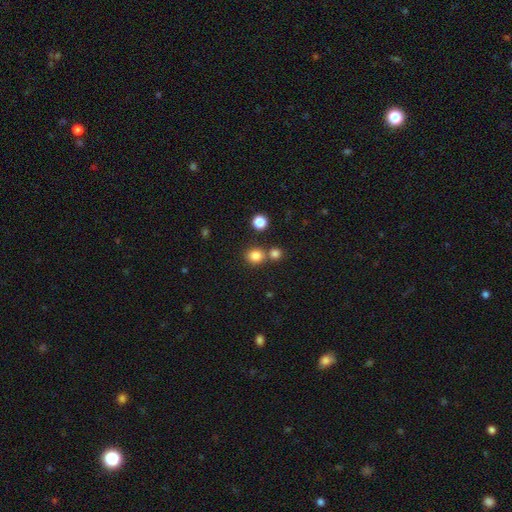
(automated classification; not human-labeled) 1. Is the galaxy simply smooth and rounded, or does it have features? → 82% smooth, 13% star or artifact, 5% featured or disk.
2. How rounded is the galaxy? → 82% round, 17% in between, 1% cigar-shaped.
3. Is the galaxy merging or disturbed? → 67% none, 23% merger, 8% minor disturbance, 3% major disturbance.